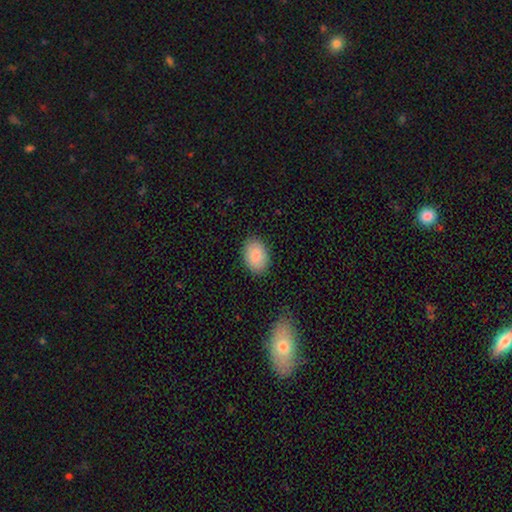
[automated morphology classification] smooth-or-featured: smooth: 88% | star or artifact: 6% | featured or disk: 6%
  how-rounded: in between: 82% | round: 17% | cigar-shaped: 1%
  merging: none: 87% | minor disturbance: 10% | major disturbance: 2% | merger: 1%